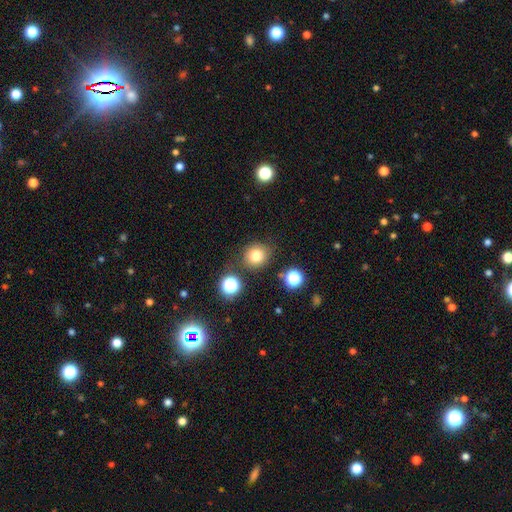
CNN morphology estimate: smooth 79%, star or artifact 14%, featured or disk 7%. Down the decision tree: how rounded — round (84%); merging — none (82%).